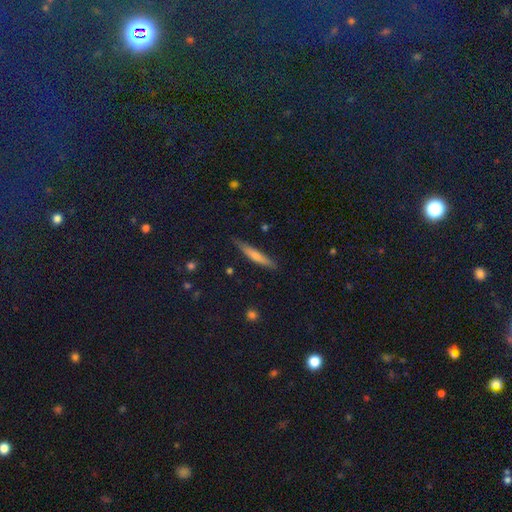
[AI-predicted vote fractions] Smooth or featured? smooth (62%)
How rounded? cigar-shaped (91%)
Merging? none (84%)